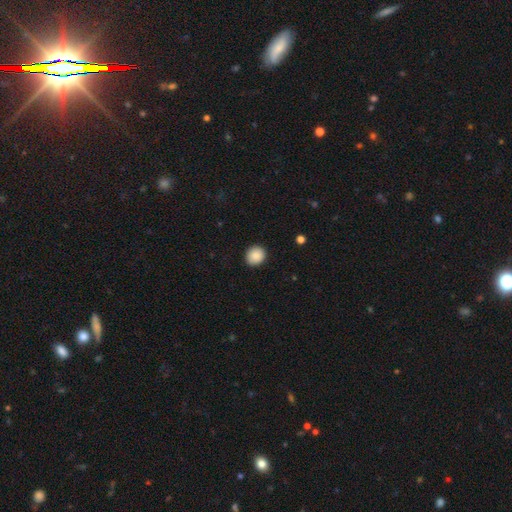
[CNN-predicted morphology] smooth 89%, star or artifact 8%, featured or disk 3%. Down the decision tree: how rounded — round (79%); merging — none (90%).